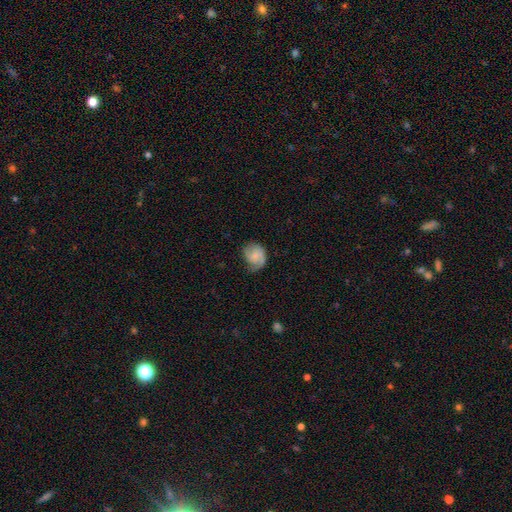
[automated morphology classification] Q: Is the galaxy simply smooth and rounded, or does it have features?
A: featured or disk — 47%.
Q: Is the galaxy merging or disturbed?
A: none — 51%.